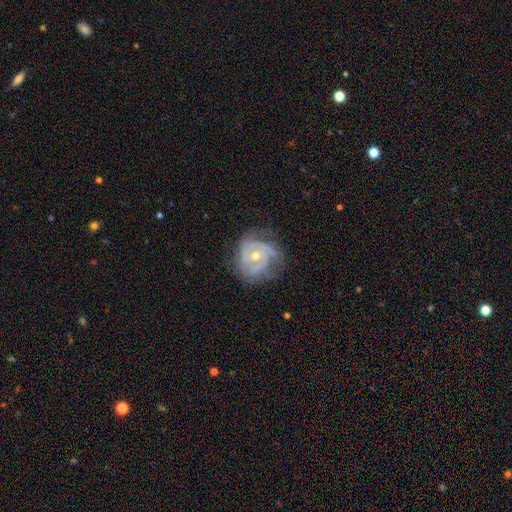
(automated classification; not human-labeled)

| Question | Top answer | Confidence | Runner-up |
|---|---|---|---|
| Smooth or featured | featured or disk | 83% | smooth (11%) |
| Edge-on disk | no | 98% | yes (2%) |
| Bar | no | 72% | weak (22%) |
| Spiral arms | yes | 91% | no (9%) |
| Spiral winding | tight | 59% | medium (32%) |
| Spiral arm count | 3 | 30% | can't tell (27%) |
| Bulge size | moderate | 55% | small (42%) |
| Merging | none | 60% | minor disturbance (25%) |